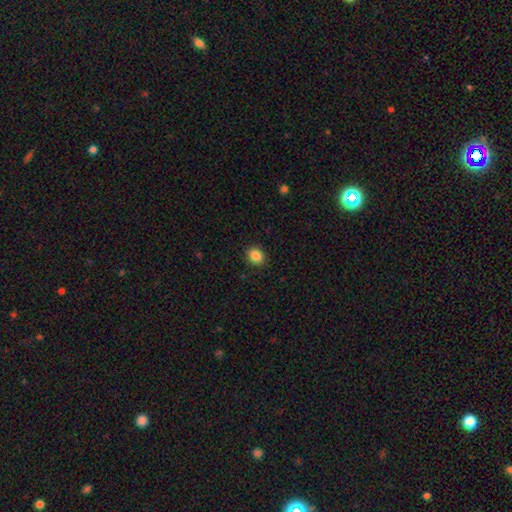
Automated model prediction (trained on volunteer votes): smooth-or-featured: smooth: 85% | star or artifact: 10% | featured or disk: 5%
  how-rounded: round: 70% | in between: 29% | cigar-shaped: 1%
  merging: none: 90% | minor disturbance: 7% | major disturbance: 2% | merger: 1%